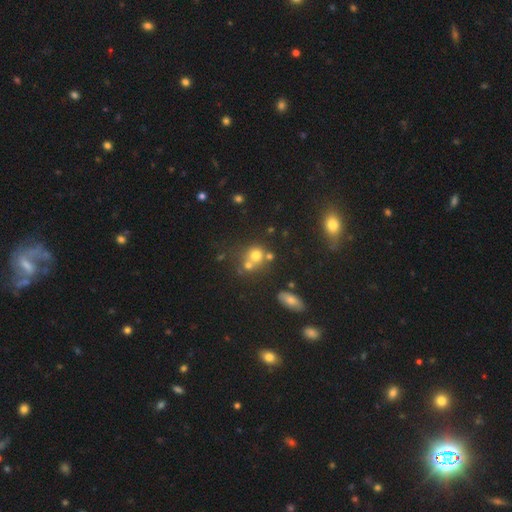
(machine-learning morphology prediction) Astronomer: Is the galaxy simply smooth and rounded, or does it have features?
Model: smooth — 66%.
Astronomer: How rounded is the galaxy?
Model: round — 80%.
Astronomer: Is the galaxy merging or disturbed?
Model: none — 44% (runner-up: merger, 41%).